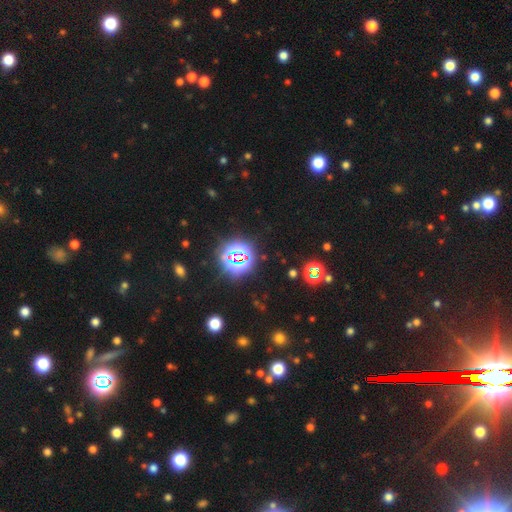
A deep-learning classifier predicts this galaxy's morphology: This appears to be a star or artifact, not a galaxy (80%).